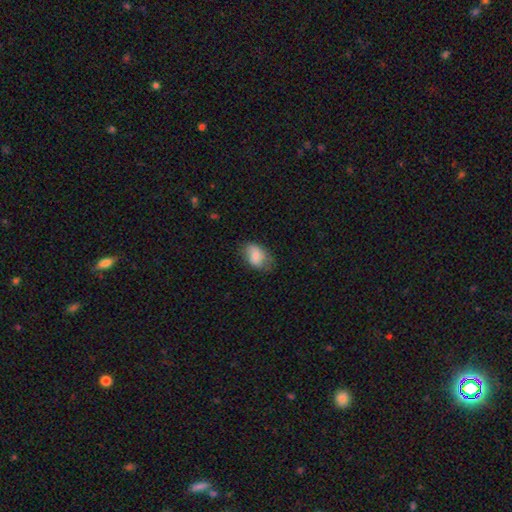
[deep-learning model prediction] Overall: smooth (80%). How rounded: in between (87%). Merging: none (58%; minor disturbance 30%).